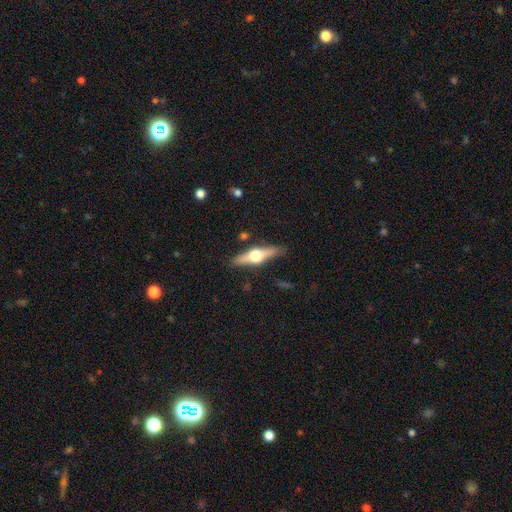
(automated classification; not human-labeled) Smooth or featured: featured or disk — 67% (smooth — 27%)
Edge-on disk: yes — 95% (no — 5%)
Edge-on bulge: rounded — 96% (boxy — 3%)
Merging: none — 86% (minor disturbance — 10%)